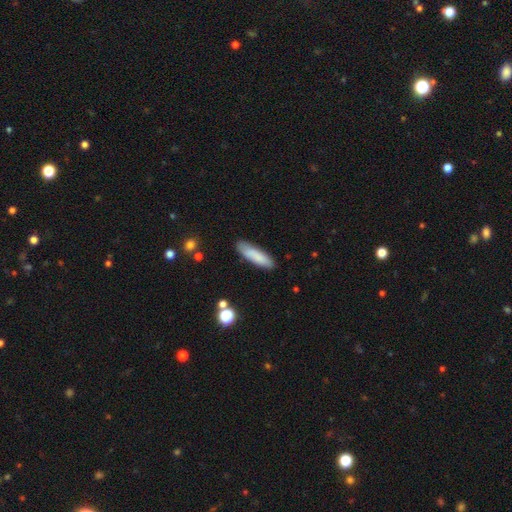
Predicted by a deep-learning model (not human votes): A smooth galaxy with no disk features (83%) that is cigar-shaped (66%).

Vote fractions:
- Smooth or featured? smooth: 83% / featured or disk: 10% / star or artifact: 7%
- How rounded? cigar-shaped: 66% / in between: 33% / round: 1%
- Merging? none: 84% / minor disturbance: 12% / major disturbance: 2% / merger: 2%